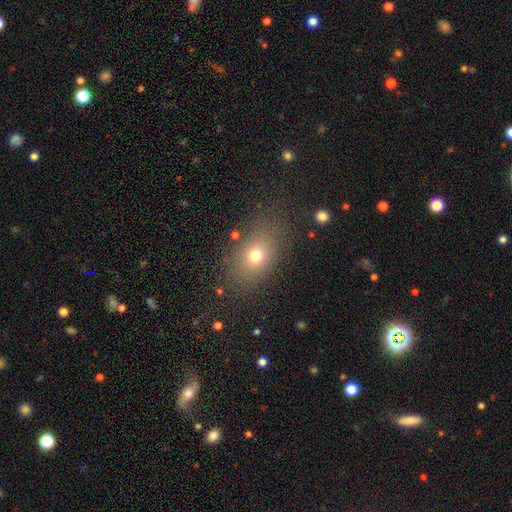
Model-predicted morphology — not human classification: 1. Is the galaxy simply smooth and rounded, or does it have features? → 71% smooth, 16% star or artifact, 14% featured or disk.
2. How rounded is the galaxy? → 68% in between, 30% round, 2% cigar-shaped.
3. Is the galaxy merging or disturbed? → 77% none, 13% minor disturbance, 7% major disturbance, 3% merger.